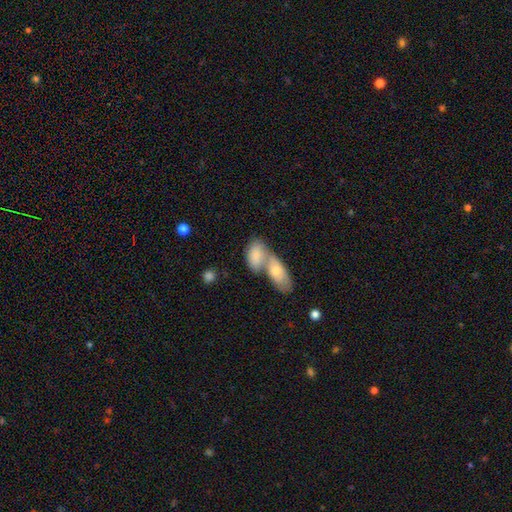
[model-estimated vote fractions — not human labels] Overall: smooth (78%). How rounded: in between (90%). Merging: merger (66%).